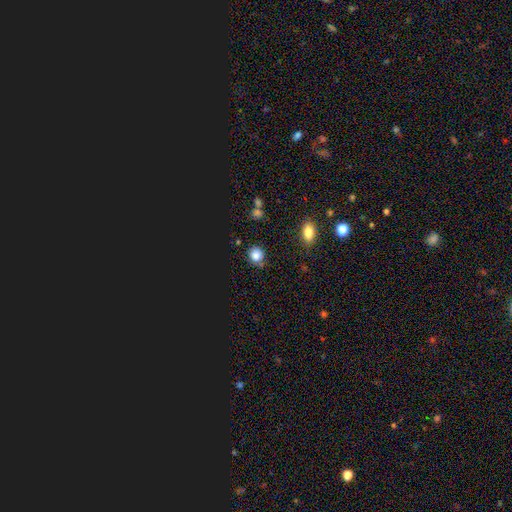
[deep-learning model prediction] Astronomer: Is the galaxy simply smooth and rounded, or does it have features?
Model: smooth — 78%.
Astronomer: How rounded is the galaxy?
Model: round — 87%.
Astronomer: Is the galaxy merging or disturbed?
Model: none — 81%.